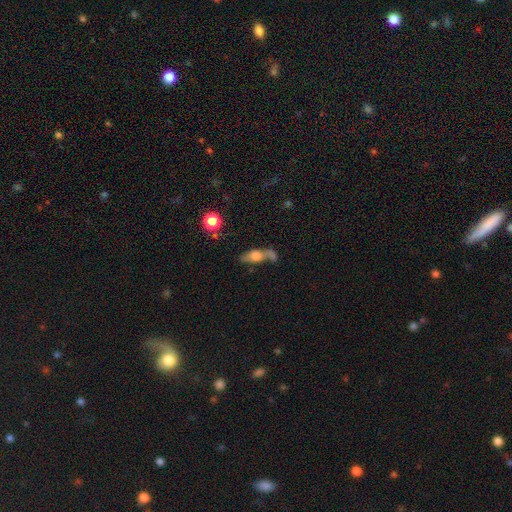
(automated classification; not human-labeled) This is possibly a smooth galaxy (54%). How rounded: likely in between (65%). Merging: marginally none (38%).